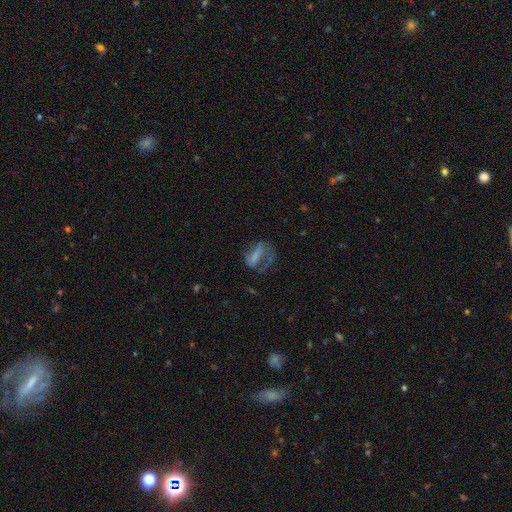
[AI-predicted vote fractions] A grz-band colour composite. It shows a featured or disk galaxy (51%). Merging: major disturbance (46%).